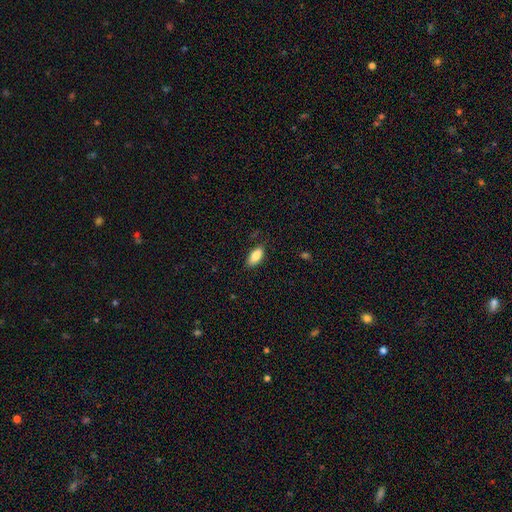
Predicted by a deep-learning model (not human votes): Smooth or featured? smooth (87%)
How rounded? in between (91%)
Merging? none (83%)